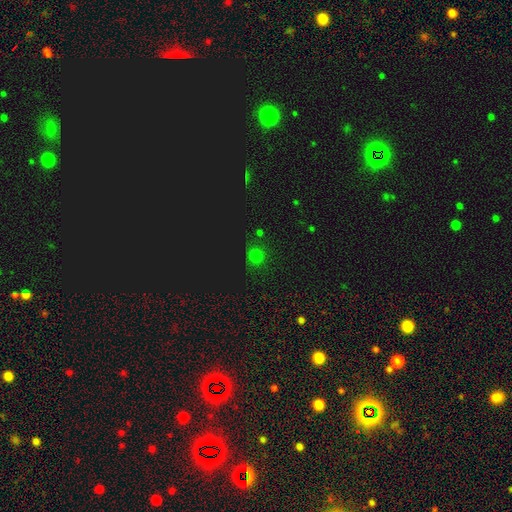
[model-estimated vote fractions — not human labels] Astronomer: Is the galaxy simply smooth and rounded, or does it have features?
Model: smooth — 66%.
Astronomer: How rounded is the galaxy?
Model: round — 86%.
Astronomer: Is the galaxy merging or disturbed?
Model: none — 81%.